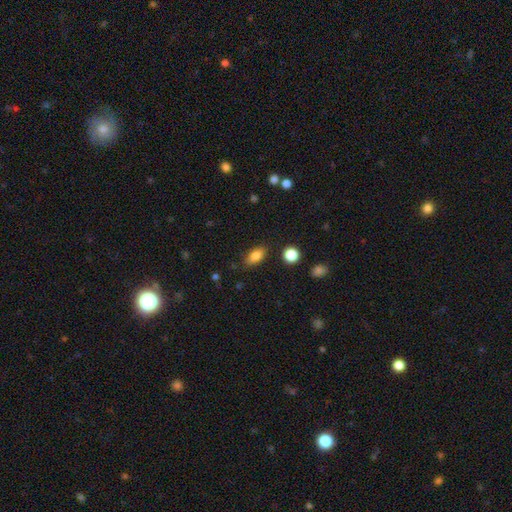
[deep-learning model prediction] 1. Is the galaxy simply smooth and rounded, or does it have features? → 82% smooth, 9% star or artifact, 9% featured or disk.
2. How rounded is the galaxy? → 85% in between, 8% round, 7% cigar-shaped.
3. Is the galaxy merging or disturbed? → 83% none, 12% minor disturbance, 3% major disturbance, 2% merger.